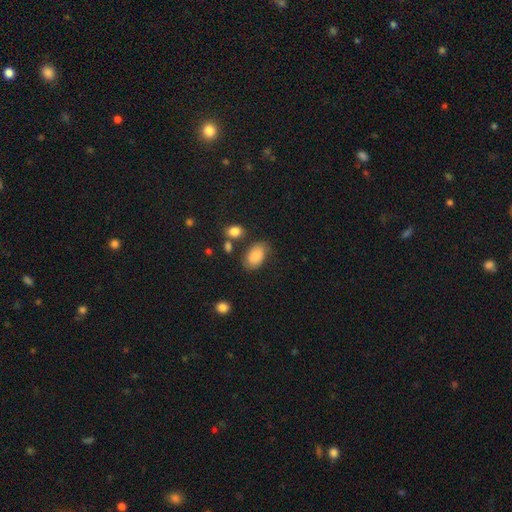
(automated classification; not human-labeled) Morphology: type=smooth (81%); roundness=in between (89%); merging=none (65%).